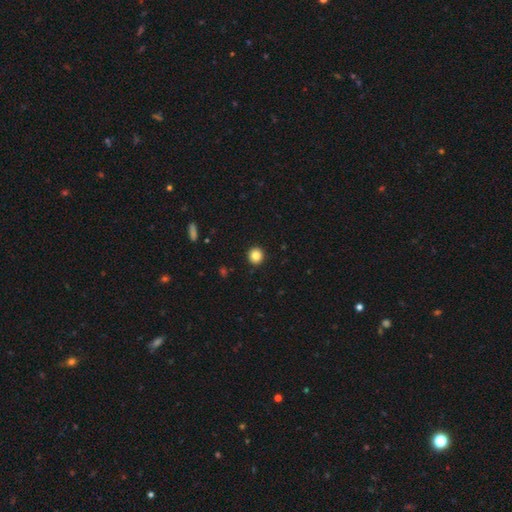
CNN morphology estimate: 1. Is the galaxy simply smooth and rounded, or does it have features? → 84% smooth, 10% star or artifact, 6% featured or disk.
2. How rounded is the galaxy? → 93% round, 6% in between, 1% cigar-shaped.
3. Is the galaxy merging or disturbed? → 93% none, 4% minor disturbance, 1% major disturbance, 1% merger.